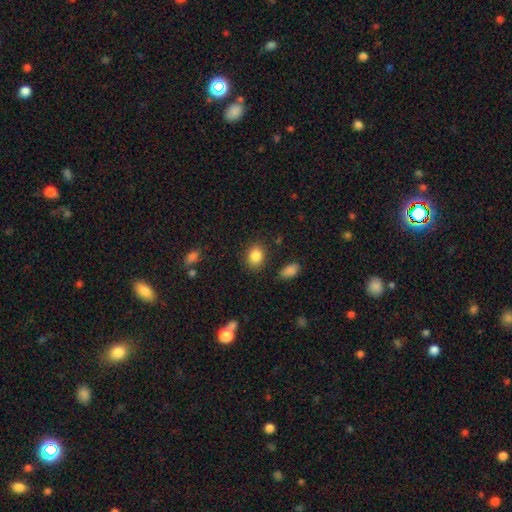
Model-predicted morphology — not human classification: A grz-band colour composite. It shows a smooth galaxy with no disk features (86%) that is in between round and cigar-shaped (63%). Merging: none (84%).